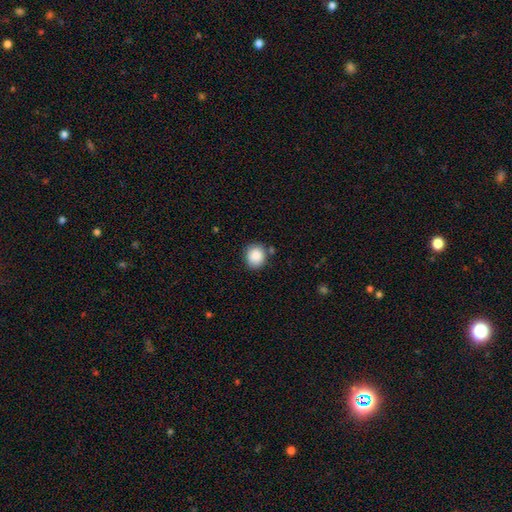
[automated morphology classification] smooth 88%, star or artifact 8%, featured or disk 4%. Down the decision tree: how rounded — round (81%); merging — none (81%).